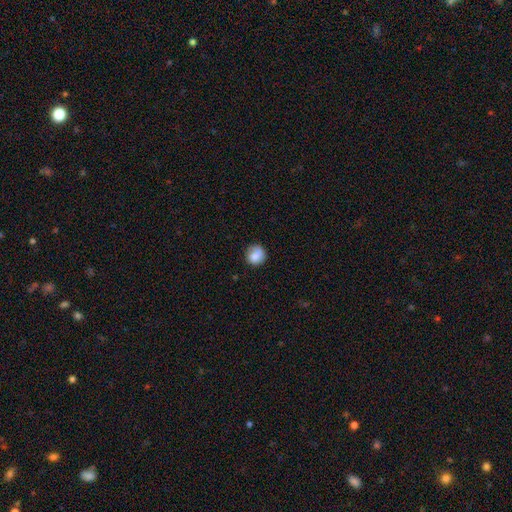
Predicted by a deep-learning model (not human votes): This is clearly a smooth galaxy (82%). How rounded: clearly round (85%). Merging: likely none (70%).